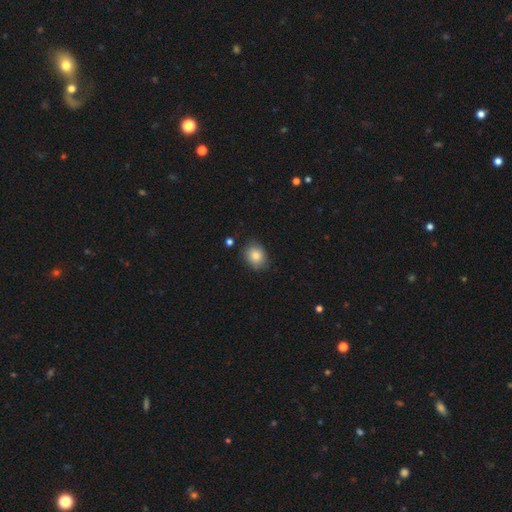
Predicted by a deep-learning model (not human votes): This appears to be a smooth galaxy with no disk features (85%) that is round (55%). Merging: none (81%).